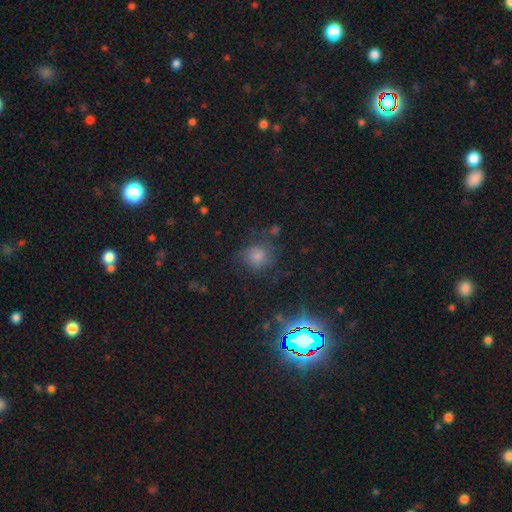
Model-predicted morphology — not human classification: This appears to be a smooth galaxy with no disk features (52%) that is round (86%). Merging: none (75%).